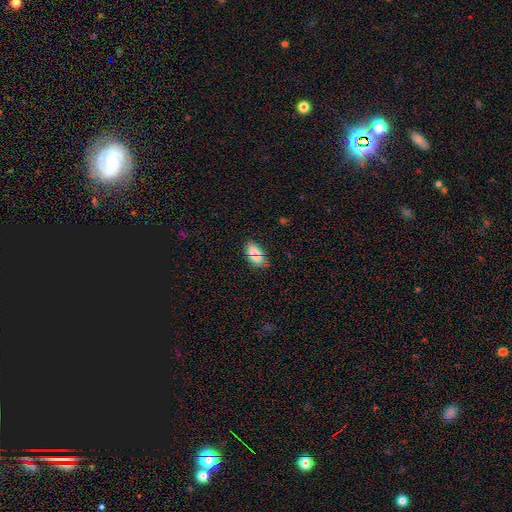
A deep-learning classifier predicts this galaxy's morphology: This is likely a smooth galaxy (73%). How rounded: clearly in between (89%). Merging: clearly none (84%).